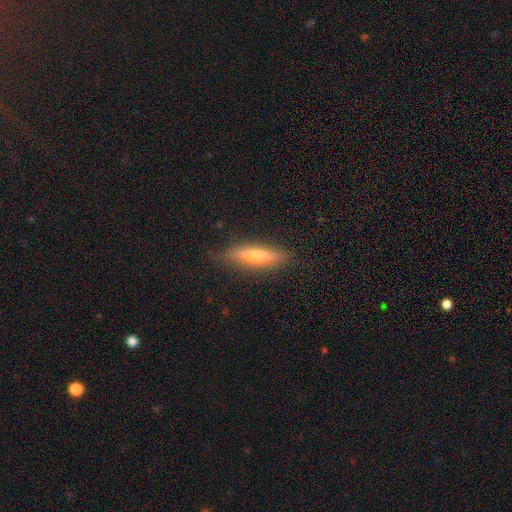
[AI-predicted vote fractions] Smooth or featured? smooth (61%)
How rounded? cigar-shaped (80%)
Merging? none (85%)